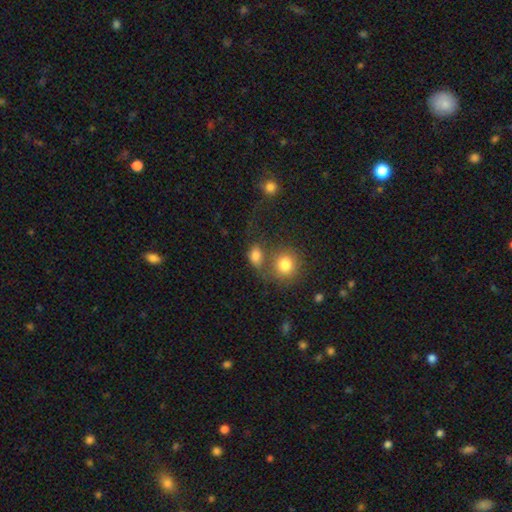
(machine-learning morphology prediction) smooth 80%, star or artifact 11%, featured or disk 9%. Down the decision tree: how rounded — in between (64%); merging — none (42%).